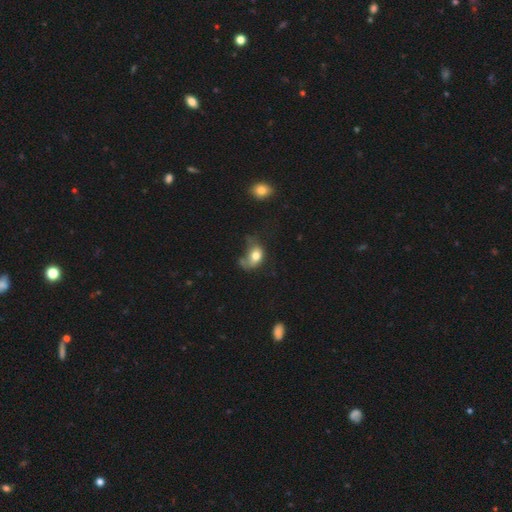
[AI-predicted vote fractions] The model was most divided on "merging": major disturbance: 42%, minor disturbance: 26%, none: 24%, merger: 9%. More confident: smooth or featured — smooth (68%); how rounded — in between (68%).